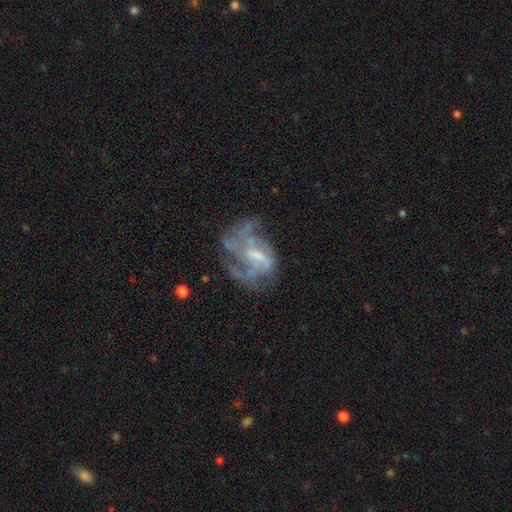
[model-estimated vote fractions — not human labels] Morphology: type=featured or disk (74%); edge-on=no (97%); bar=no (47%); spiral arms=yes (62%); bulge=small (44%); merging=none (39%).